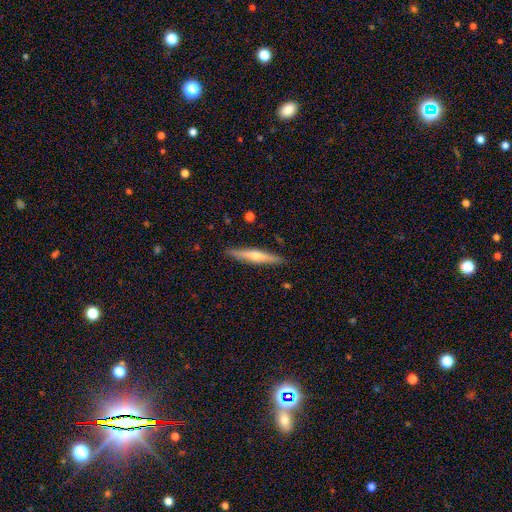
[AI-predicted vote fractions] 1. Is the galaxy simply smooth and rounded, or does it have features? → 56% featured or disk, 38% smooth, 6% star or artifact.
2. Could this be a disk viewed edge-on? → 96% yes, 4% no.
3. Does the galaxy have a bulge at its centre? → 77% rounded, 17% none, 7% boxy.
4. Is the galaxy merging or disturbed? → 90% none, 7% minor disturbance, 1% major disturbance, 1% merger.